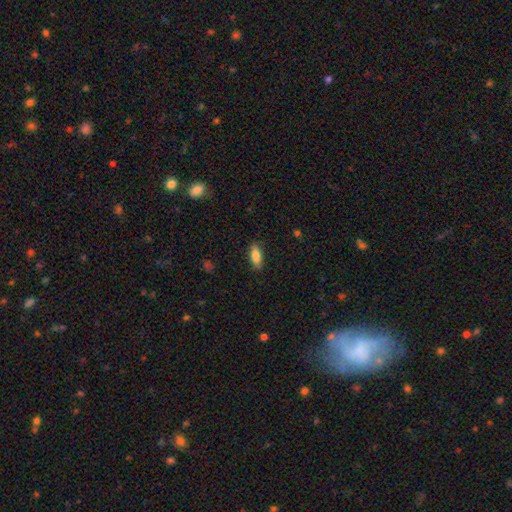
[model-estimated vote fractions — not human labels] The model was most divided on "how rounded": in between: 71%, cigar-shaped: 26%, round: 2%. More confident: merging — none (86%); smooth or featured — smooth (83%).